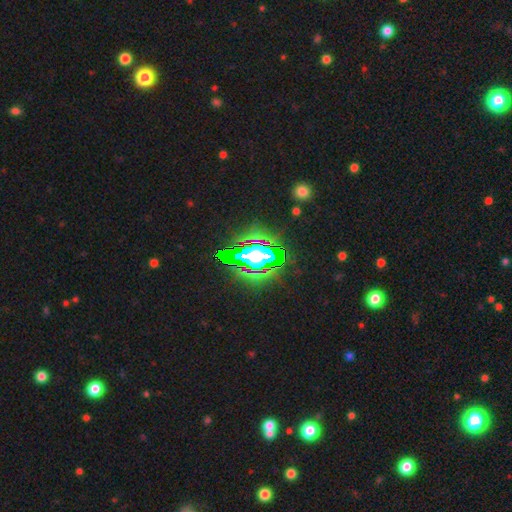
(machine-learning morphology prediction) smooth_or_featured: star or artifact (p=0.65) [alt: smooth p=0.19]